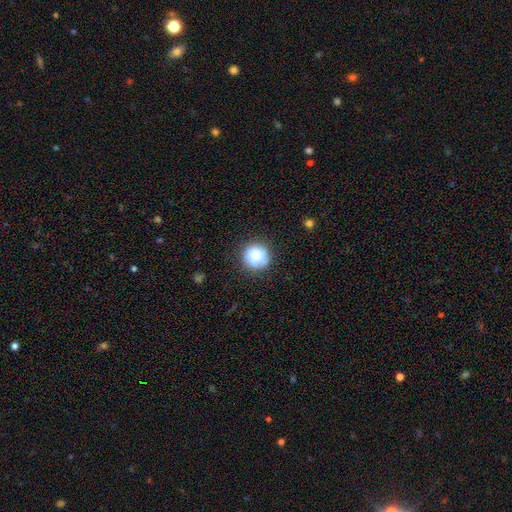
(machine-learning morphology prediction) smooth-or-featured: smooth: 81% | featured or disk: 10% | star or artifact: 9%
  how-rounded: round: 93% | in between: 6% | cigar-shaped: 1%
  merging: none: 81% | minor disturbance: 14% | major disturbance: 4% | merger: 2%